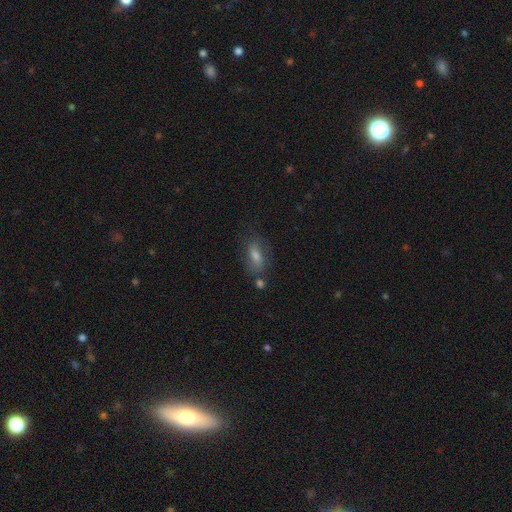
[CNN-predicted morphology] Overall: smooth (57%; featured or disk 27%). How rounded: in between (76%). Merging: none (68%).